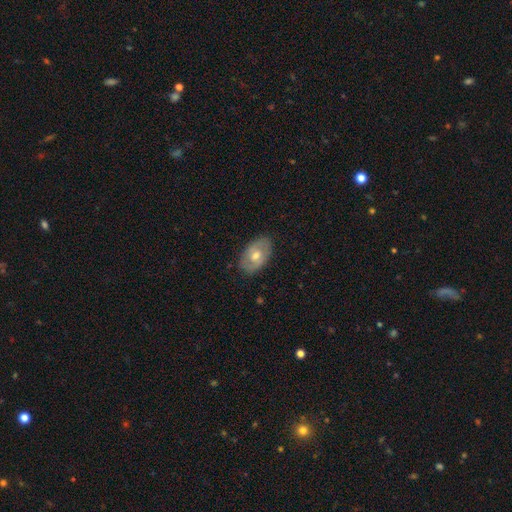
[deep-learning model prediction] A smooth galaxy with no disk features (52%) that is in between round and cigar-shaped (88%). Merging: none (83%).